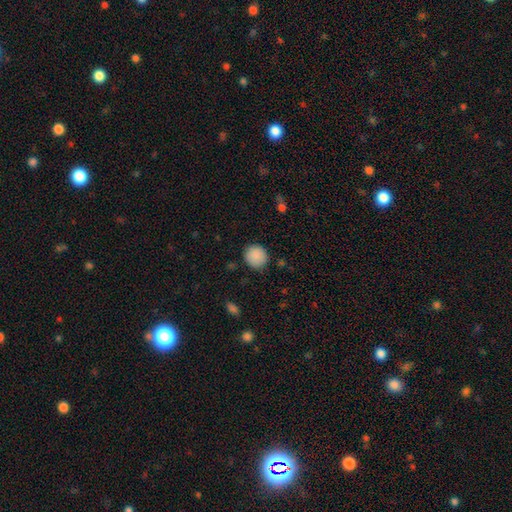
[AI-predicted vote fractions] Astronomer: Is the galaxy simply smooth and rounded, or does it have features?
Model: smooth — 89%.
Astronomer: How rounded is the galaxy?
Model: round — 88%.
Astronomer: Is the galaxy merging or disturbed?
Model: none — 85%.